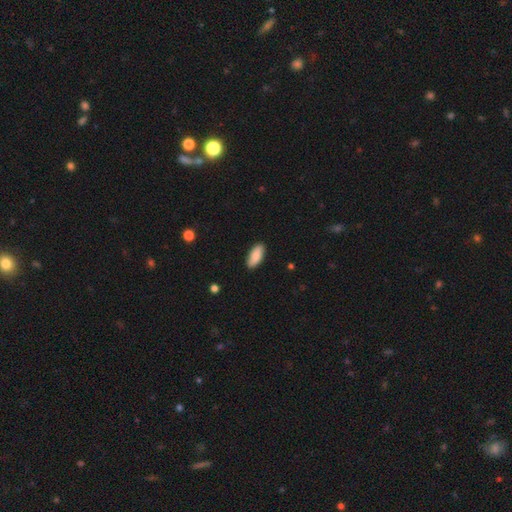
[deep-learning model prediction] This appears to be a smooth galaxy with no disk features (84%) that is in between round and cigar-shaped (83%). Merging: none (88%).